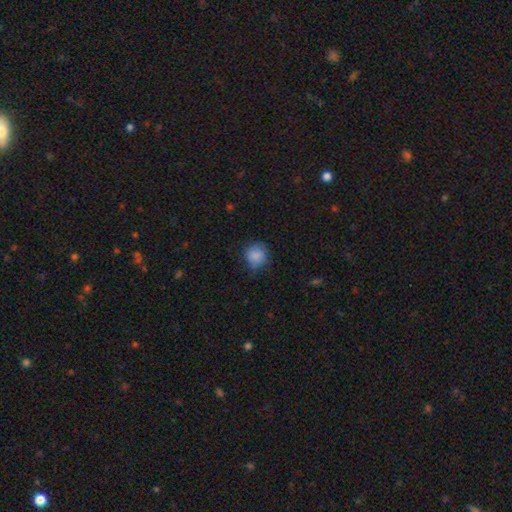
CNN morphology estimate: Overall: smooth (84%). How rounded: round (82%). Merging: none (66%; minor disturbance 26%).